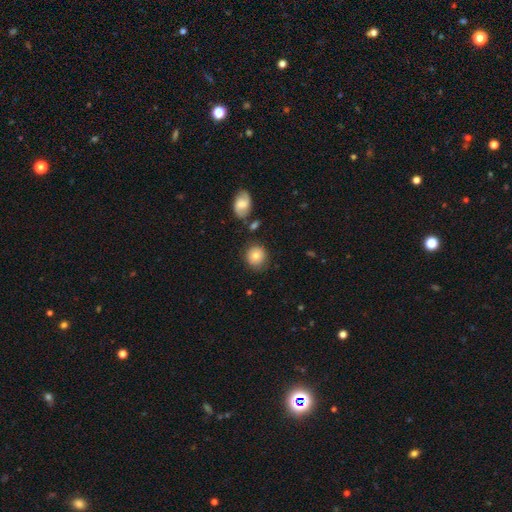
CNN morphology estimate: Smooth or featured? Predicted: smooth (p=0.77). How rounded? Predicted: round (p=0.85). Merging? Predicted: none (p=0.79).